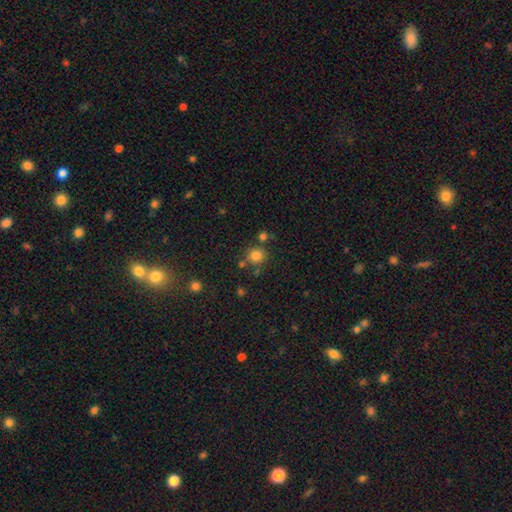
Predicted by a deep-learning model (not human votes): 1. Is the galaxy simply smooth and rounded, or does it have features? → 80% smooth, 14% star or artifact, 6% featured or disk.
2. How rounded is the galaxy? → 89% round, 10% in between, 1% cigar-shaped.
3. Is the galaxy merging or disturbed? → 74% none, 13% merger, 10% minor disturbance, 4% major disturbance.